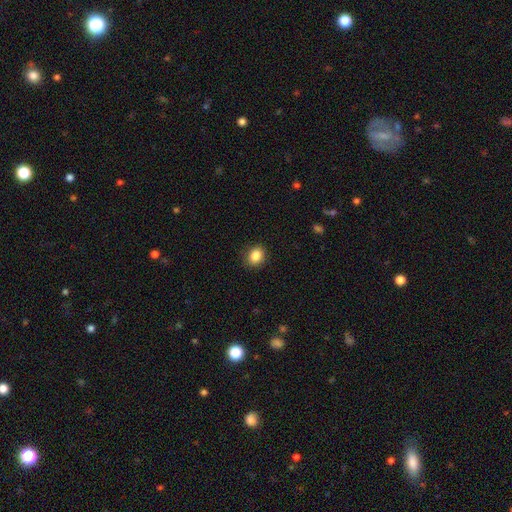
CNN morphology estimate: Smooth or featured?
  - smooth: 86% *
  - star or artifact: 9%
  - featured or disk: 5%
How rounded?
  - round: 54% *
  - in between: 45%
  - cigar-shaped: 1%
Merging?
  - none: 88% *
  - minor disturbance: 8%
  - major disturbance: 2%
  - merger: 1%